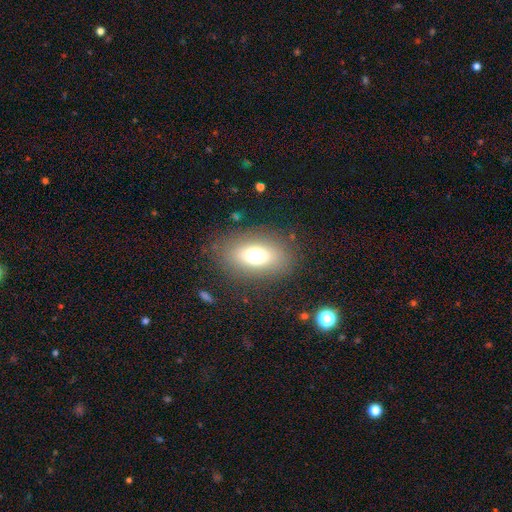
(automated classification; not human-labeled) Smooth or featured: smooth — 68% (featured or disk — 19%)
How rounded: in between — 81% (round — 15%)
Merging: none — 83% (minor disturbance — 10%)